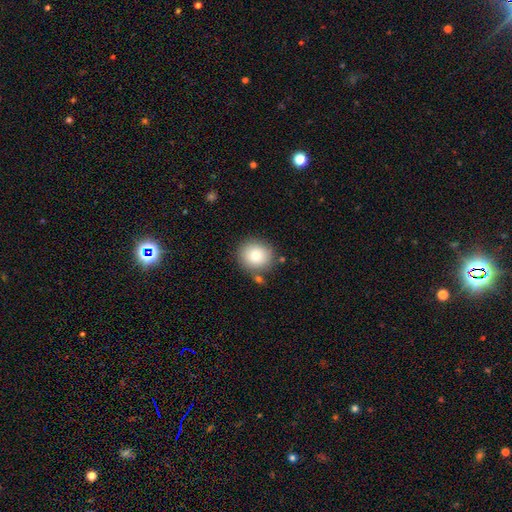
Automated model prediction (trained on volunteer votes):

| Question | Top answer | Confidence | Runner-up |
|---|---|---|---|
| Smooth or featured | smooth | 82% | featured or disk (9%) |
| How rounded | round | 87% | in between (13%) |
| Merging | none | 80% | minor disturbance (11%) |